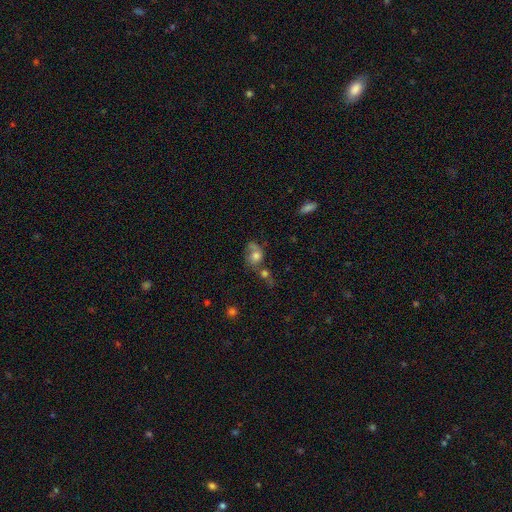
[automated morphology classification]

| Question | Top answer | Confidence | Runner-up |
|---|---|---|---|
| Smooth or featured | smooth | 61% | featured or disk (27%) |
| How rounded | round | 54% | in between (44%) |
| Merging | merger | 39% | none (25%) |